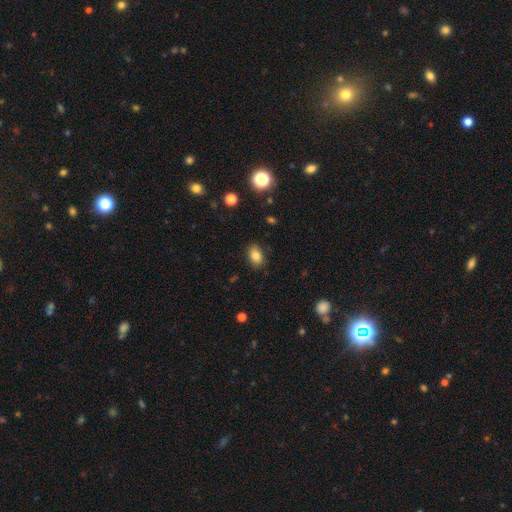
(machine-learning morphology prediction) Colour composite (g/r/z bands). It shows a smooth galaxy with no disk features (83%) that is in between round and cigar-shaped (81%). Merging: none (86%).